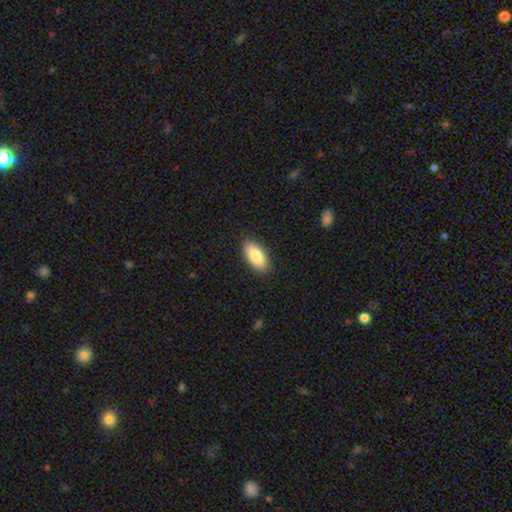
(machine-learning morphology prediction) This appears to be a smooth galaxy with no disk features (84%) that is in between round and cigar-shaped (90%). Merging: none (88%).